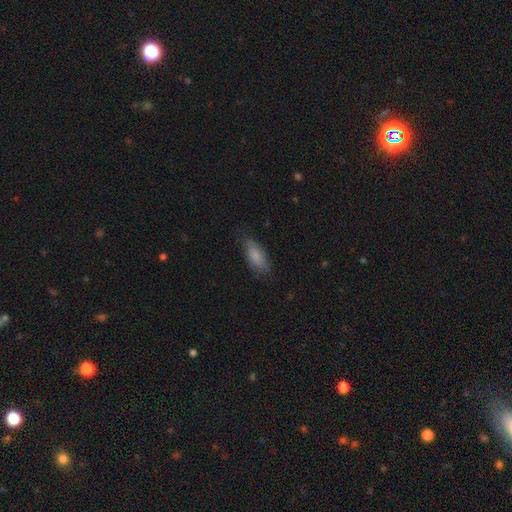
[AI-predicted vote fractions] Smooth or featured?
  - smooth: 79% *
  - featured or disk: 14%
  - star or artifact: 7%
How rounded?
  - in between: 75% *
  - cigar-shaped: 23%
  - round: 2%
Merging?
  - none: 74% *
  - minor disturbance: 20%
  - major disturbance: 5%
  - merger: 1%